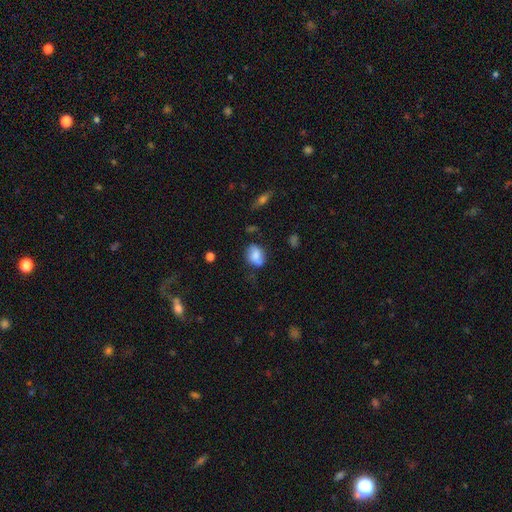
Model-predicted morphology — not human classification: Smooth or featured?
  - smooth: 64% *
  - featured or disk: 27%
  - star or artifact: 9%
How rounded?
  - in between: 60% *
  - round: 38%
  - cigar-shaped: 2%
Merging?
  - none: 63% *
  - minor disturbance: 24%
  - major disturbance: 8%
  - merger: 5%